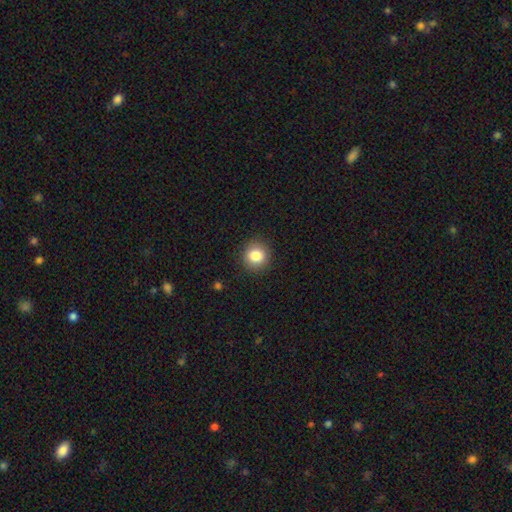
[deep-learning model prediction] The model was most divided on "smooth or featured": smooth: 84%, star or artifact: 10%, featured or disk: 6%. More confident: merging — none (90%); how rounded — round (90%).